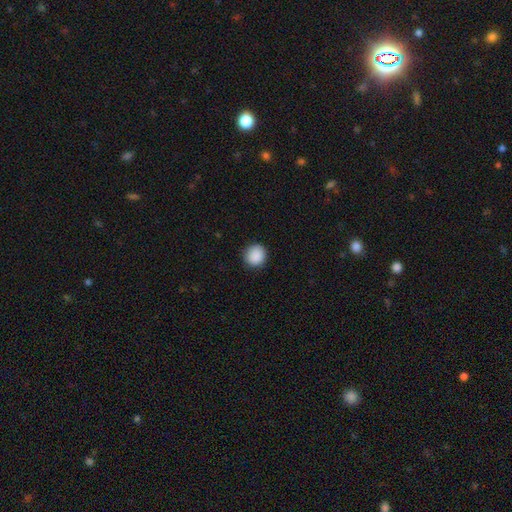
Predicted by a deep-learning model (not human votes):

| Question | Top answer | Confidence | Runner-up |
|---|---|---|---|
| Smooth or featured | smooth | 89% | star or artifact (8%) |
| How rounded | round | 91% | in between (8%) |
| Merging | none | 89% | minor disturbance (8%) |